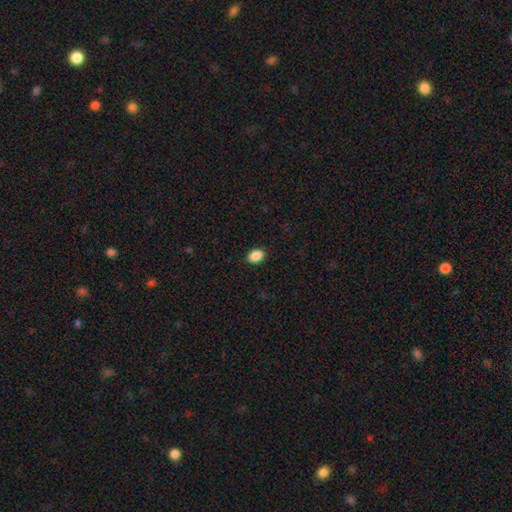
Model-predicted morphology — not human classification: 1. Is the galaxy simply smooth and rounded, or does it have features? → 89% smooth, 8% star or artifact, 3% featured or disk.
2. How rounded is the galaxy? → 79% in between, 20% round, 1% cigar-shaped.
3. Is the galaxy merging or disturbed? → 89% none, 8% minor disturbance, 2% major disturbance, 1% merger.